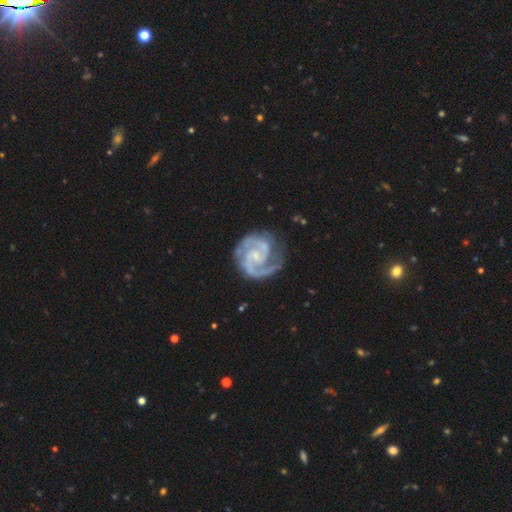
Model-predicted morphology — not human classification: featured or disk 93%, star or artifact 4%, smooth 3%. Down the decision tree: edge-on disk — no (98%); bar — no (46%); spiral arms — yes (99%); spiral arm count — 2 (88%); spiral winding — tight (48%); bulge size — small (65%); merging — none (75%).